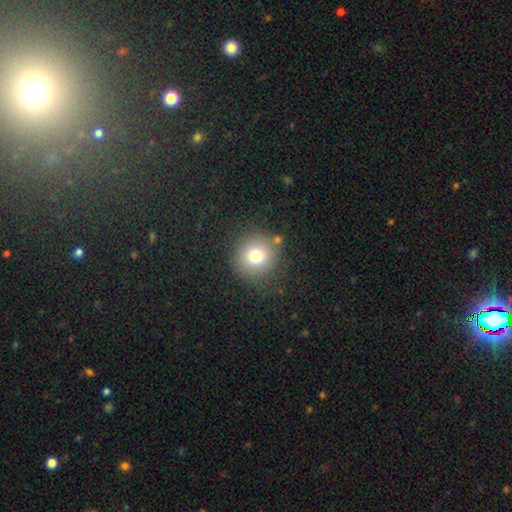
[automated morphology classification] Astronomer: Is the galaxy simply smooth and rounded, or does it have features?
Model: smooth — 75%.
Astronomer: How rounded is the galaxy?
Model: round — 93%.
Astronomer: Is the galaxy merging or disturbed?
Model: none — 83%.